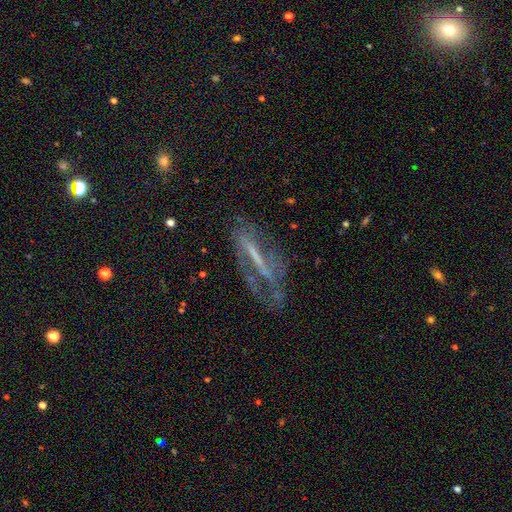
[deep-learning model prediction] Q: Smooth or featured?
A: featured or disk (65%); runner-up: smooth (20%)
Q: Edge-on disk?
A: no (66%); runner-up: yes (34%)
Q: Merging?
A: none (47%); runner-up: major disturbance (27%)